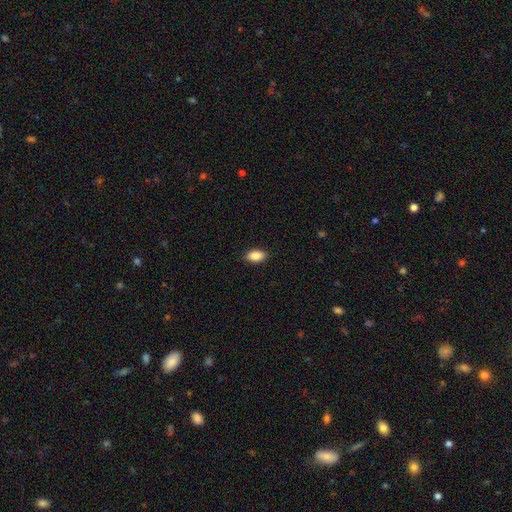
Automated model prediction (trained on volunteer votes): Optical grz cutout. It shows a smooth galaxy with no disk features (89%) that is in between round and cigar-shaped (93%). Merging: none (89%).